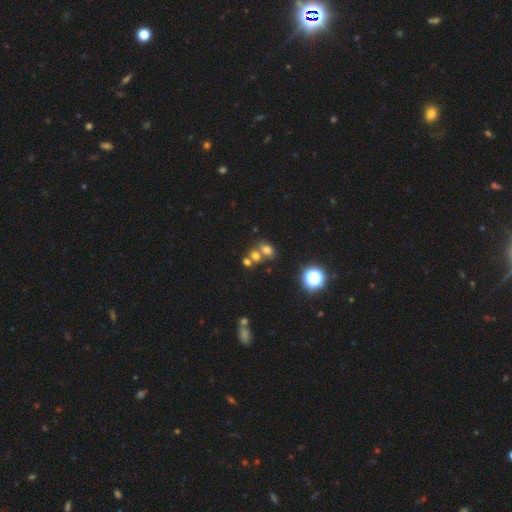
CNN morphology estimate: Overall: smooth (65%). How rounded: in between (53%; round 46%). Merging: merger (44%; none 42%).